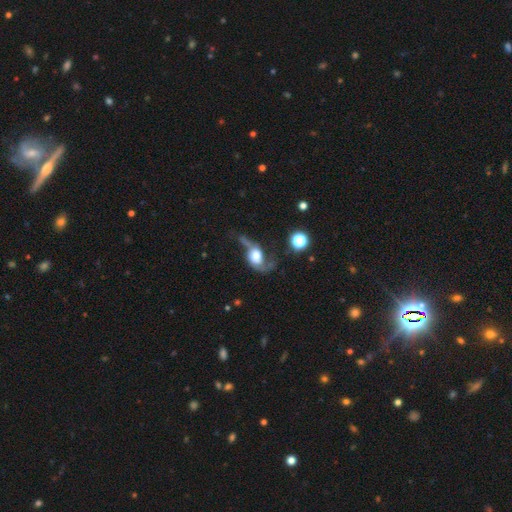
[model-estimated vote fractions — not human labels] Smooth or featured? Predicted: featured or disk (p=0.62). Edge-on disk? Predicted: no (p=0.92). Bar? Predicted: no (p=0.71). Spiral arms? Predicted: yes (p=0.80). Bulge size? Predicted: large (p=0.49). Merging? Predicted: major disturbance (p=0.41).